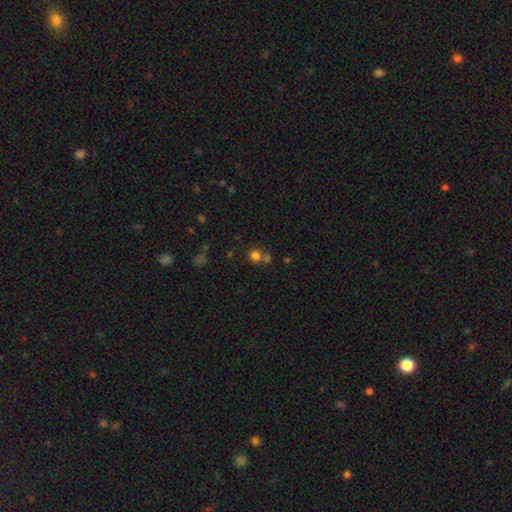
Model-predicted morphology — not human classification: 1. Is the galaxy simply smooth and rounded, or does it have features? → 76% smooth, 17% star or artifact, 8% featured or disk.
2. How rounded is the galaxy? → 88% round, 11% in between, 1% cigar-shaped.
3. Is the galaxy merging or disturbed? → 58% none, 30% merger, 8% minor disturbance, 4% major disturbance.